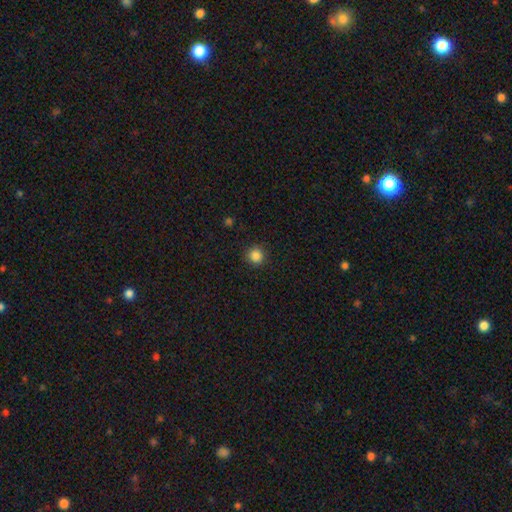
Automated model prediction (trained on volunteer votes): Smooth or featured?
  - smooth: 86% *
  - star or artifact: 11%
  - featured or disk: 3%
How rounded?
  - round: 93% *
  - in between: 6%
  - cigar-shaped: 1%
Merging?
  - none: 90% *
  - minor disturbance: 6%
  - major disturbance: 2%
  - merger: 1%